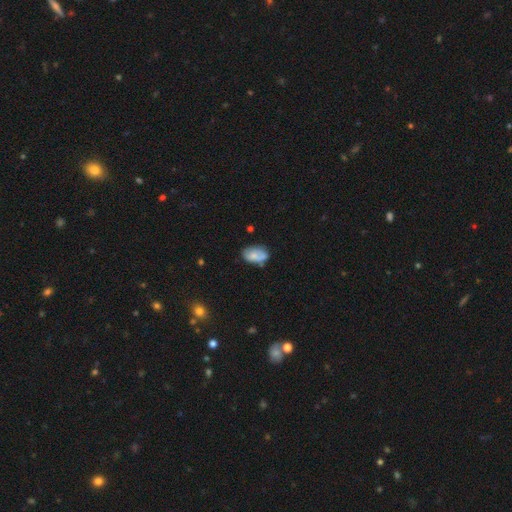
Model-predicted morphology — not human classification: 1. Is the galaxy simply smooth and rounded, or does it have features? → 67% smooth, 24% featured or disk, 8% star or artifact.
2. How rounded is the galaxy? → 89% in between, 9% round, 2% cigar-shaped.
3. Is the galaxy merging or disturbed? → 52% none, 29% minor disturbance, 11% merger, 8% major disturbance.